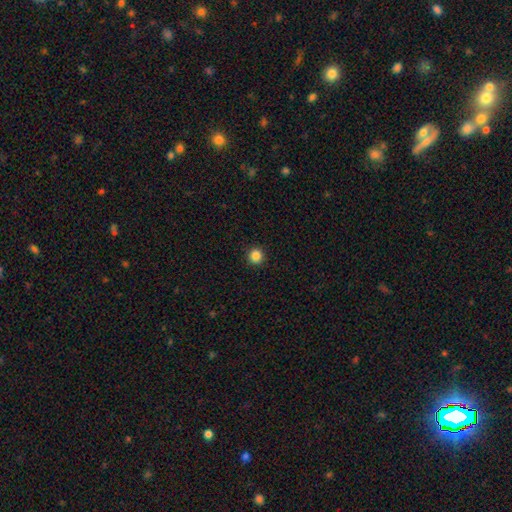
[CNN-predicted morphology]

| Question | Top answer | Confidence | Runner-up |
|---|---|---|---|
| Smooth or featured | smooth | 86% | star or artifact (11%) |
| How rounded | round | 95% | in between (4%) |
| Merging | none | 93% | minor disturbance (4%) |